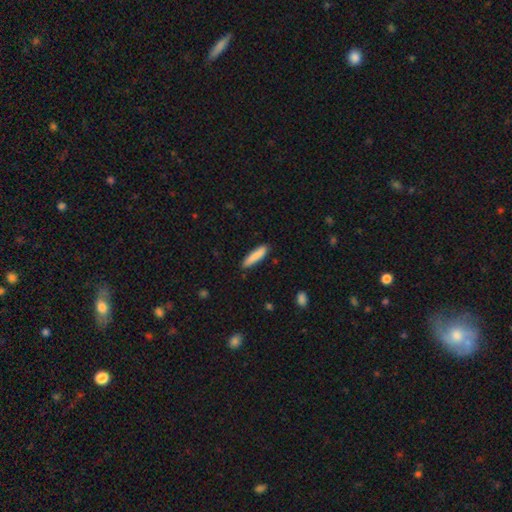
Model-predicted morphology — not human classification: smooth-or-featured: smooth: 85% | featured or disk: 9% | star or artifact: 6%
  how-rounded: cigar-shaped: 81% | in between: 17% | round: 1%
  merging: none: 86% | minor disturbance: 11% | major disturbance: 2% | merger: 1%